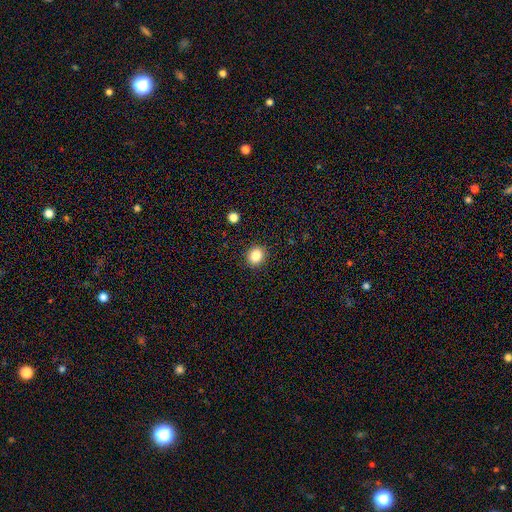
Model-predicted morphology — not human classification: Smooth or featured? smooth (85%)
How rounded? round (70%)
Merging? none (90%)